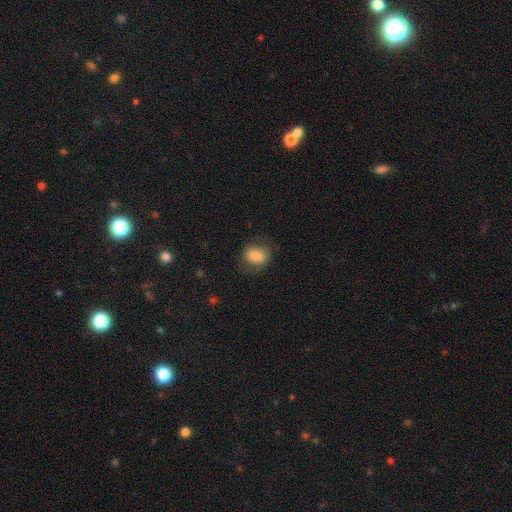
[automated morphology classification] smooth 76%, featured or disk 16%, star or artifact 8%. Down the decision tree: how rounded — in between (58%); merging — none (70%).